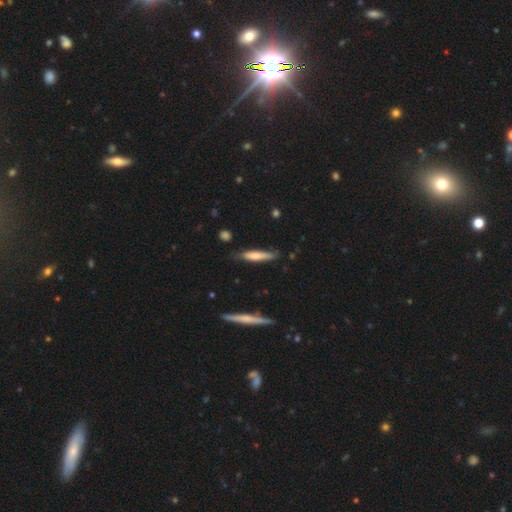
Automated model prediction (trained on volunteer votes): A smooth galaxy with no disk features (67%) that is cigar-shaped (87%). Merging: none (73%).